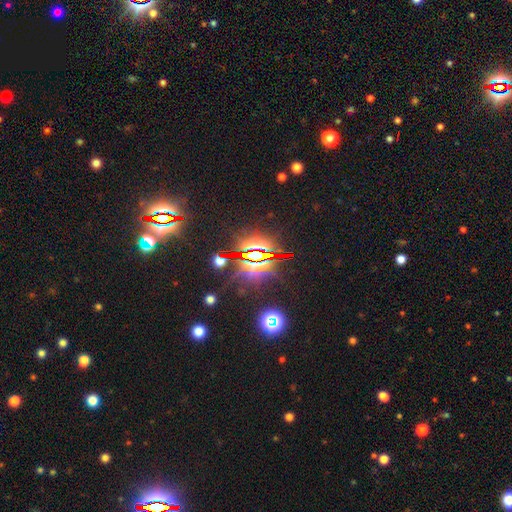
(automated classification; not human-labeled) Smooth or featured?
  - star or artifact: 78% *
  - smooth: 12%
  - featured or disk: 10%